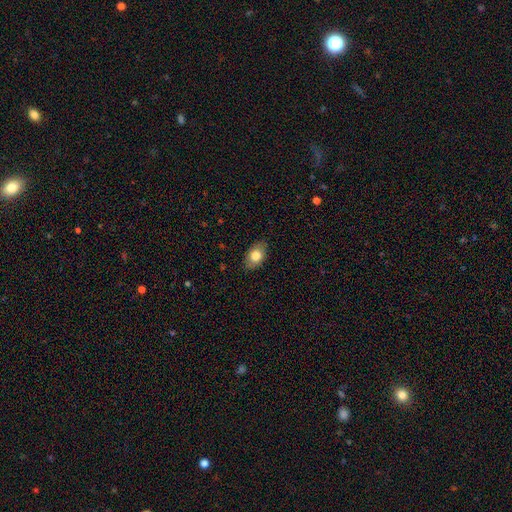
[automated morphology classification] Smooth or featured: smooth — 79% (featured or disk — 13%)
How rounded: in between — 86% (round — 13%)
Merging: none — 84% (minor disturbance — 13%)